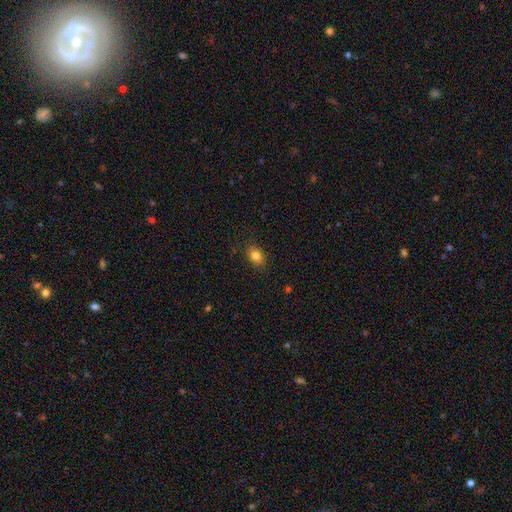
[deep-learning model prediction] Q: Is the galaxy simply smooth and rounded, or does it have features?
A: smooth — 83%.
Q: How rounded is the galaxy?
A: in between — 58%.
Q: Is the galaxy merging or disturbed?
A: none — 87%.